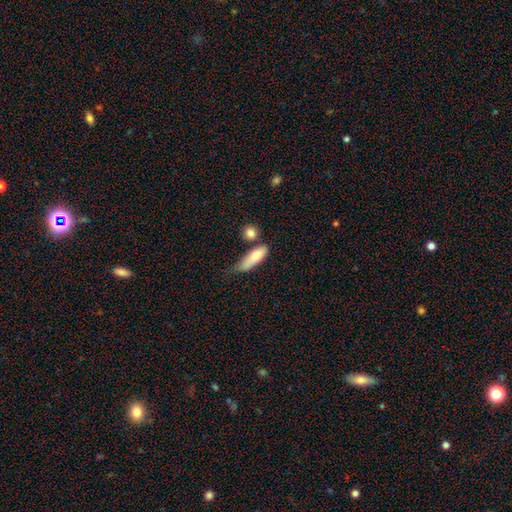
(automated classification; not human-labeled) A smooth galaxy with no disk features (74%) that is in between round and cigar-shaped (50%). Merging: none (35%).